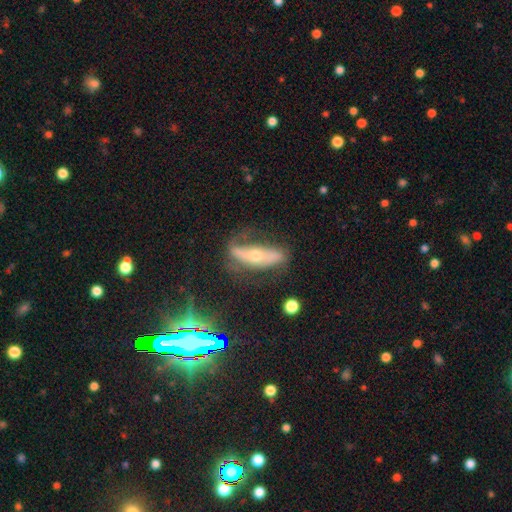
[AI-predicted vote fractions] Smooth or featured? Predicted: featured or disk (p=0.63). Edge-on disk? Predicted: no (p=0.65). Merging? Predicted: none (p=0.53).